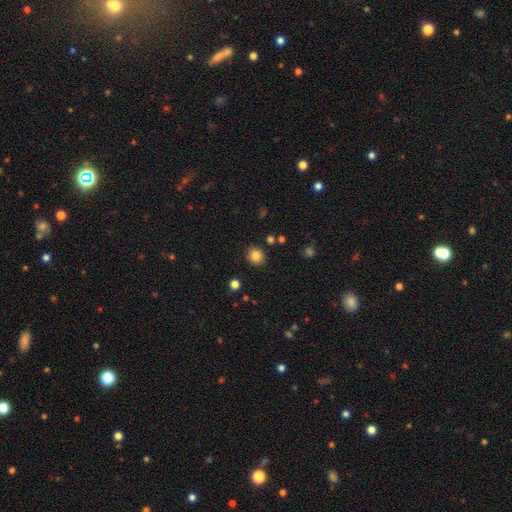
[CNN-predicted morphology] The model was most divided on "how rounded": round: 82%, in between: 17%, cigar-shaped: 1%. More confident: merging — none (89%); smooth or featured — smooth (84%).